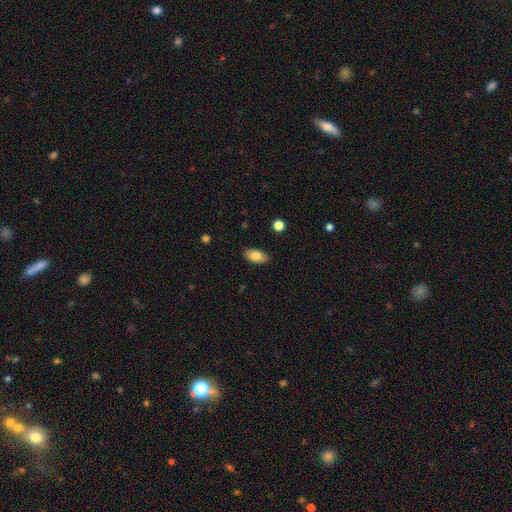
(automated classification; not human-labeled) Smooth or featured? Predicted: smooth (p=0.82). How rounded? Predicted: in between (p=0.92). Merging? Predicted: none (p=0.87).